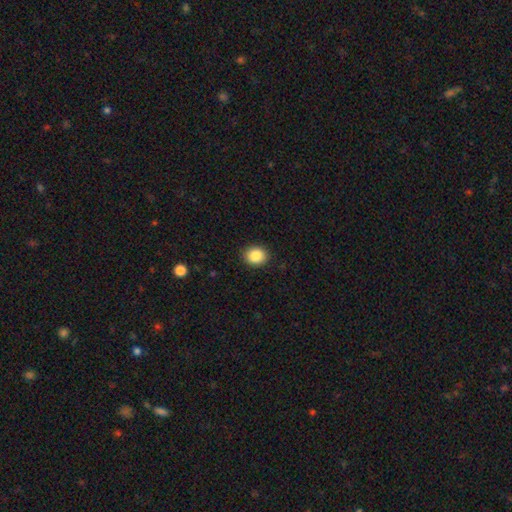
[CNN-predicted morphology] Smooth or featured?
  - smooth: 87% *
  - star or artifact: 9%
  - featured or disk: 4%
How rounded?
  - round: 68% *
  - in between: 32%
  - cigar-shaped: 1%
Merging?
  - none: 90% *
  - minor disturbance: 7%
  - major disturbance: 2%
  - merger: 1%